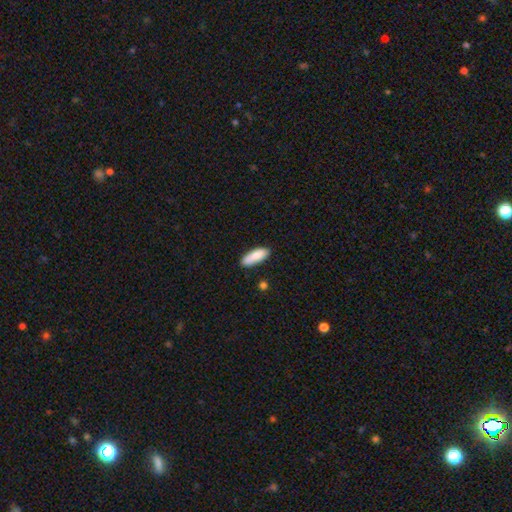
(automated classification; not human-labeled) smooth_or_featured: smooth (p=0.84) [alt: featured or disk p=0.10]
how_rounded: in between (p=0.64) [alt: cigar-shaped p=0.34]
merging: none (p=0.74) [alt: minor disturbance p=0.18]